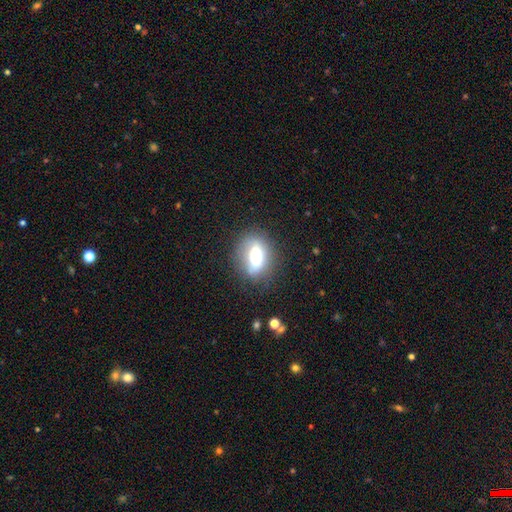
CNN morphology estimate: Smooth or featured: smooth — 64% (featured or disk — 26%)
How rounded: in between — 76% (round — 17%)
Merging: none — 71% (minor disturbance — 20%)